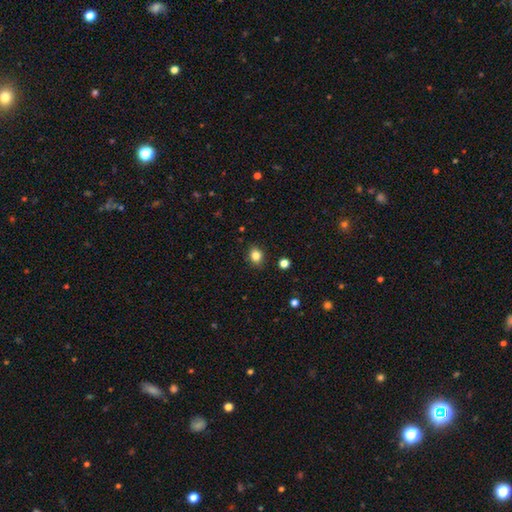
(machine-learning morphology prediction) This appears to be a smooth galaxy with no disk features (84%) that is round (57%). Merging: none (88%).